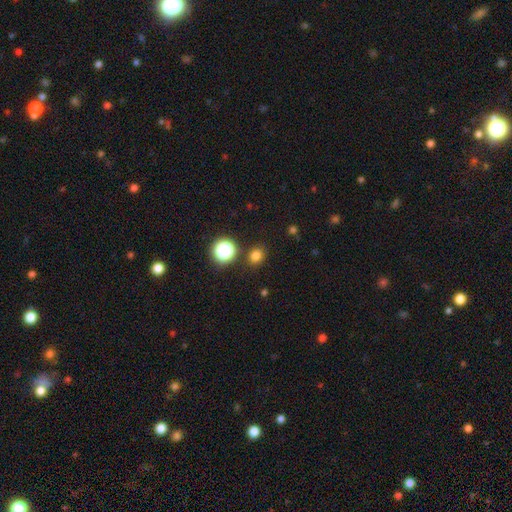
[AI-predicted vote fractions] This is likely a smooth galaxy (76%). How rounded: likely round (78%). Merging: clearly none (86%).